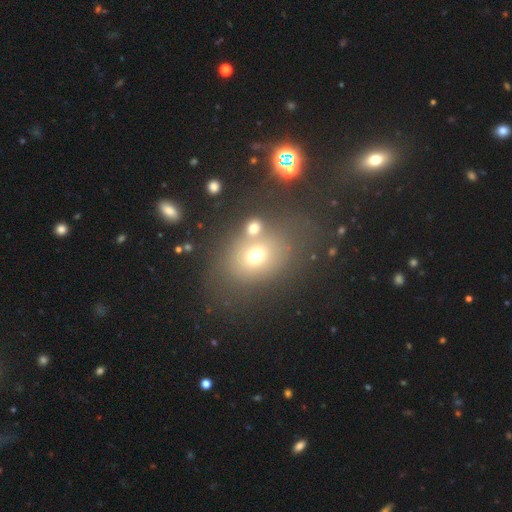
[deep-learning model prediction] A smooth galaxy with no disk features (64%) that is in between round and cigar-shaped (55%).

Vote fractions:
- Smooth or featured? smooth: 64% / star or artifact: 19% / featured or disk: 17%
- How rounded? in between: 55% / round: 44% / cigar-shaped: 1%
- Merging? none: 60% / merger: 16% / minor disturbance: 14% / major disturbance: 10%